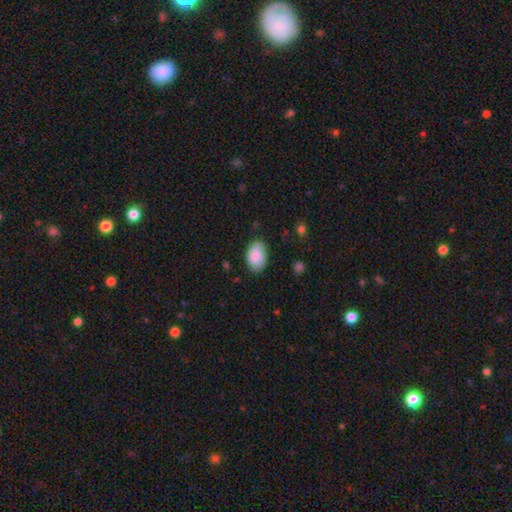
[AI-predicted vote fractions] The model was most divided on "merging": none: 79%, minor disturbance: 17%, major disturbance: 3%, merger: 1%. More confident: how rounded — in between (90%); smooth or featured — smooth (86%).